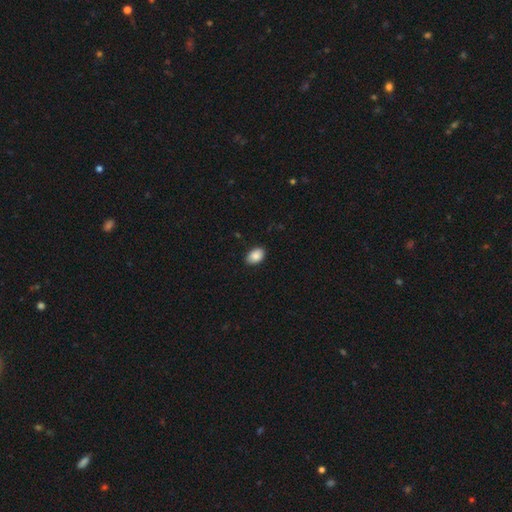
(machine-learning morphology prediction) The model was most divided on "how rounded": in between: 88%, round: 11%, cigar-shaped: 1%. More confident: smooth or featured — smooth (89%); merging — none (88%).